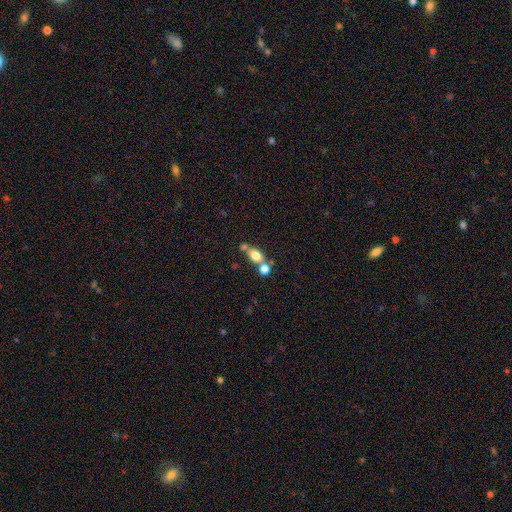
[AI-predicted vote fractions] A smooth galaxy with no disk features (75%) that is in between round and cigar-shaped (68%).

Vote fractions:
- Smooth or featured? smooth: 75% / featured or disk: 15% / star or artifact: 10%
- How rounded? in between: 68% / round: 27% / cigar-shaped: 5%
- Merging? none: 42% (tied) / merger: 42% (tied) / minor disturbance: 10% / major disturbance: 5%